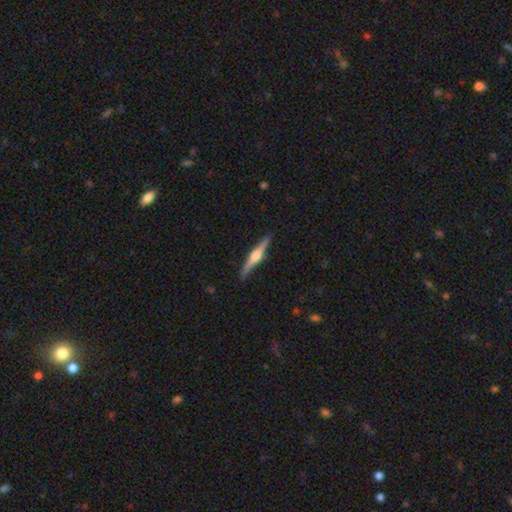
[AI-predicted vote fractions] featured or disk 77%, smooth 18%, star or artifact 5%. Down the decision tree: edge-on disk — yes (98%); edge-on bulge — rounded (93%); merging — none (91%).